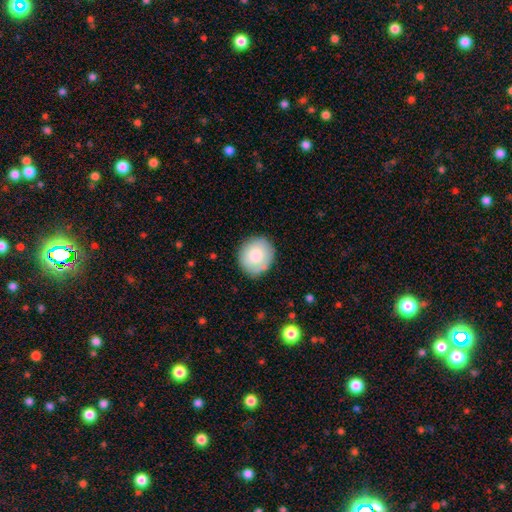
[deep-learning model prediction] smooth_or_featured: smooth (p=0.82) [alt: featured or disk p=0.11]
how_rounded: round (p=0.80) [alt: in between p=0.19]
merging: none (p=0.84) [alt: minor disturbance p=0.12]